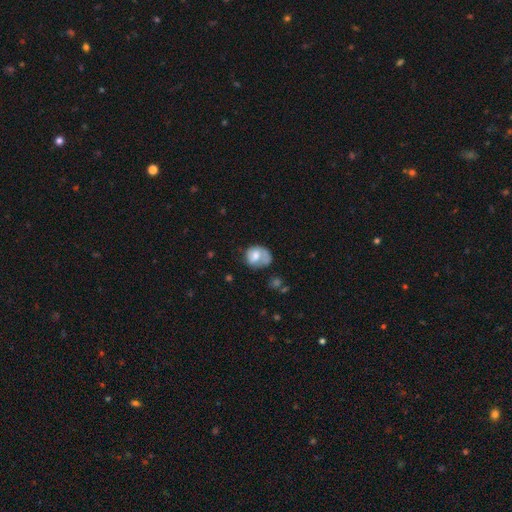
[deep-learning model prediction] Smooth or featured: smooth — 57% (featured or disk — 35%)
How rounded: round — 56% (in between — 43%)
Merging: none — 35% (major disturbance — 27%)